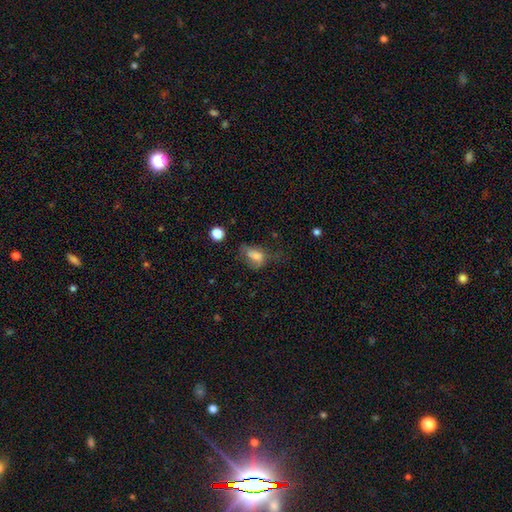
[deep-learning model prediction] The model was most divided on "merging": major disturbance: 35%, none: 32%, minor disturbance: 29%, merger: 4%. More confident: how rounded — in between (80%); smooth or featured — smooth (67%).